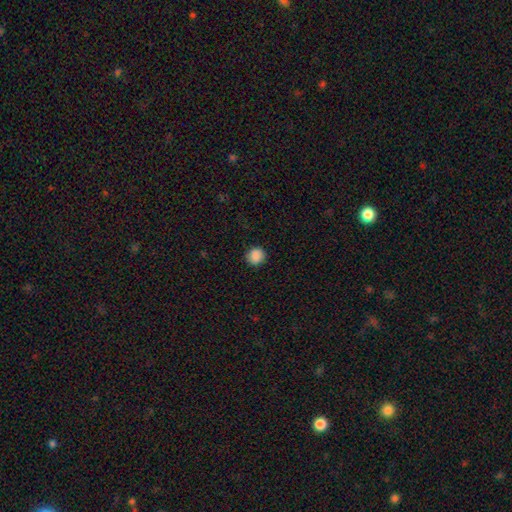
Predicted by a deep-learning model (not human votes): smooth_or_featured: smooth (p=0.88) [alt: star or artifact p=0.09]
how_rounded: round (p=0.87) [alt: in between p=0.12]
merging: none (p=0.87) [alt: minor disturbance p=0.09]